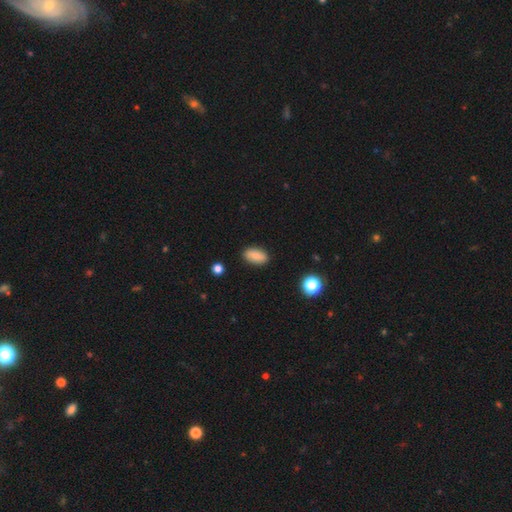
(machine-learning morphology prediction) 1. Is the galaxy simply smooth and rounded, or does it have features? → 83% smooth, 9% featured or disk, 8% star or artifact.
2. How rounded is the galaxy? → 90% in between, 6% cigar-shaped, 5% round.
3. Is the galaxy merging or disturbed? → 88% none, 9% minor disturbance, 2% major disturbance, 1% merger.